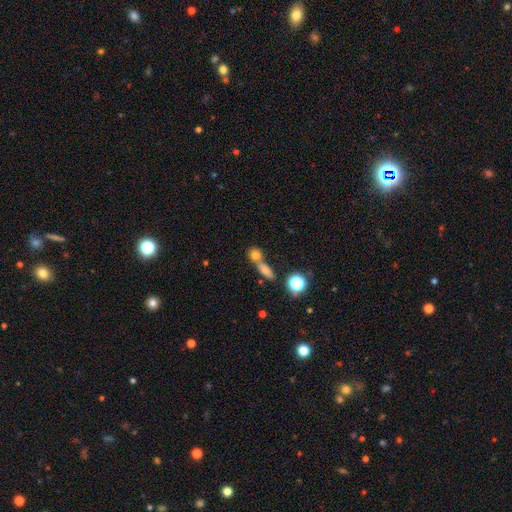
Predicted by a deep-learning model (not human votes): A smooth galaxy with no disk features (74%) that is round (64%).

Vote fractions:
- Smooth or featured? smooth: 74% / star or artifact: 15% / featured or disk: 11%
- How rounded? round: 64% / in between: 28% / cigar-shaped: 8%
- Merging? merger: 46% / none: 43% / minor disturbance: 7% / major disturbance: 4%